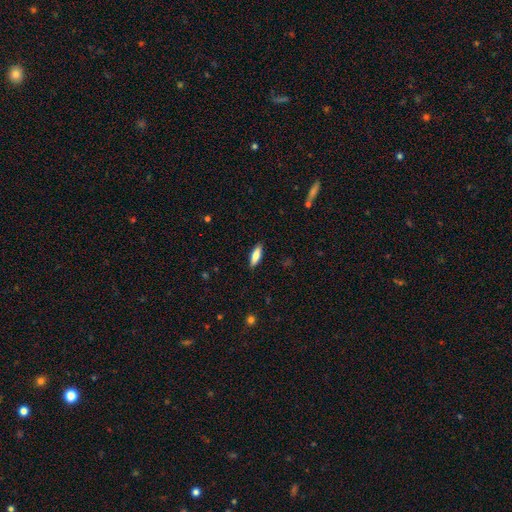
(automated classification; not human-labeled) Overall: smooth (76%). How rounded: cigar-shaped (50%; in between 48%). Merging: none (89%).